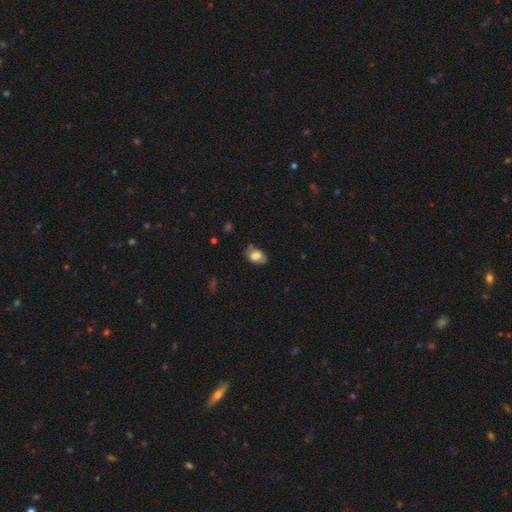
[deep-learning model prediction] smooth 68%, featured or disk 23%, star or artifact 9%. Down the decision tree: how rounded — in between (81%); merging — none (66%).